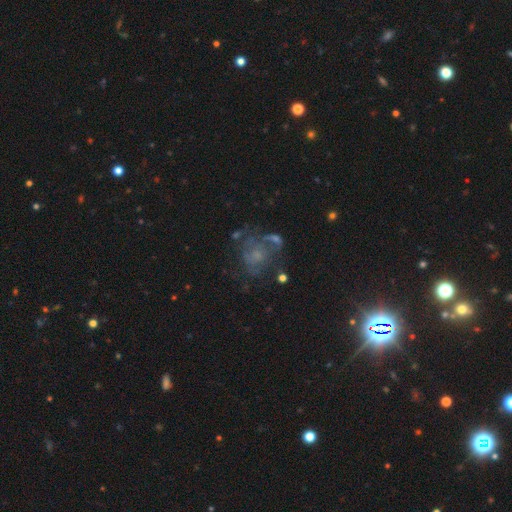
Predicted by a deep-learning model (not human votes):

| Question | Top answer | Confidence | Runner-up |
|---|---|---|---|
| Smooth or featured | featured or disk | 56% | smooth (27%) |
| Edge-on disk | no | 98% | yes (2%) |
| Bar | no | 80% | weak (17%) |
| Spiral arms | no | 51% | yes (49%) |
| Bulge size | none | 36% | small (35%) |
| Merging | none | 37% | major disturbance (29%) |